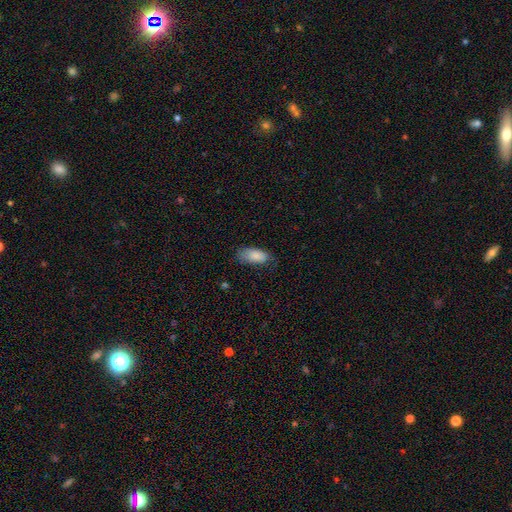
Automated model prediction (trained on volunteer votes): smooth_or_featured: smooth (p=0.87) [alt: star or artifact p=0.07]
how_rounded: in between (p=0.89) [alt: cigar-shaped p=0.08]
merging: none (p=0.66) [alt: minor disturbance p=0.27]